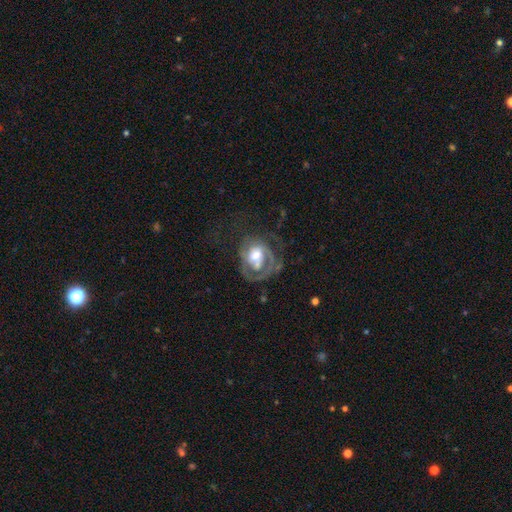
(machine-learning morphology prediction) Smooth or featured? Predicted: featured or disk (p=0.74). Edge-on disk? Predicted: no (p=0.97). Bar? Predicted: no (p=0.52). Spiral arms? Predicted: yes (p=0.79). Spiral winding? Predicted: tight (p=0.49). Spiral arm count? Predicted: 1 (p=0.41). Bulge size? Predicted: moderate (p=0.49). Merging? Predicted: major disturbance (p=0.39).